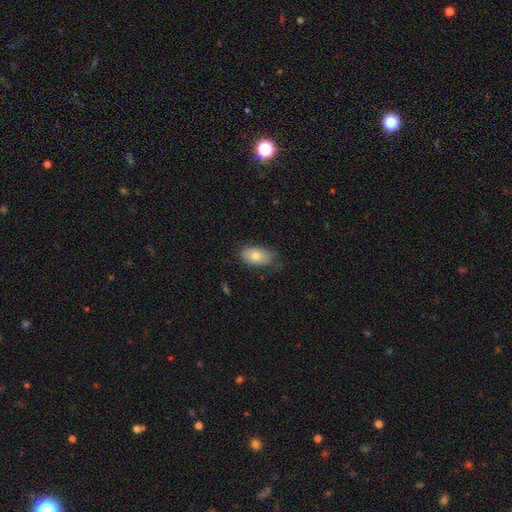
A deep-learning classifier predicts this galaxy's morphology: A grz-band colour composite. It shows a smooth galaxy with no disk features (77%) that is in between round and cigar-shaped (91%). Merging: none (68%).